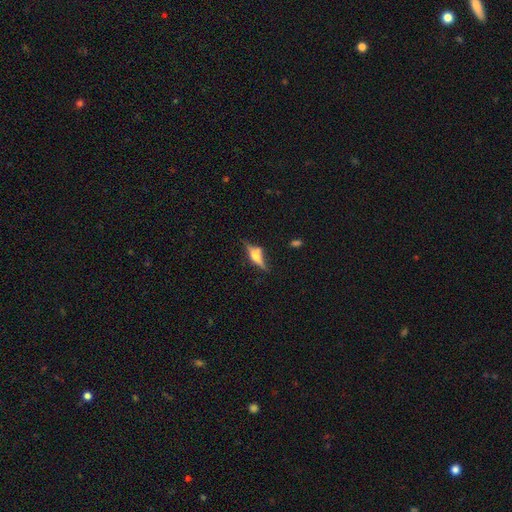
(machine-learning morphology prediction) A featured or disk galaxy (59%) viewed edge-on (91%) with a rounded central bulge (89%). Merging: none (65%).